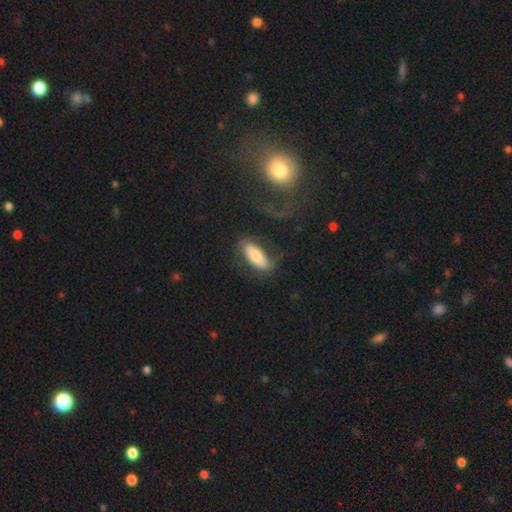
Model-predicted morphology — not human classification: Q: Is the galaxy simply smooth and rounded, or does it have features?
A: smooth — 64%.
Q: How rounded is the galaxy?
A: in between — 77%.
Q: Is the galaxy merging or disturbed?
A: none — 62%.